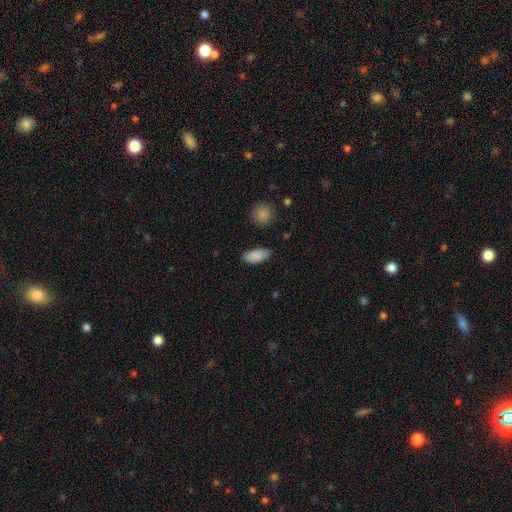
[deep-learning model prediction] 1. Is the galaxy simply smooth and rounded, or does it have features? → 87% smooth, 7% star or artifact, 6% featured or disk.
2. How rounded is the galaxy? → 88% in between, 10% cigar-shaped, 2% round.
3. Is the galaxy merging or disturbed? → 79% none, 16% minor disturbance, 3% major disturbance, 2% merger.